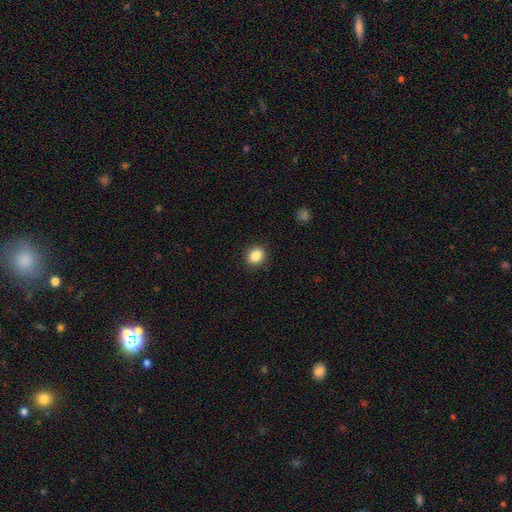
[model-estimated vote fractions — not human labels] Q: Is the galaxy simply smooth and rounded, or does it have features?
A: smooth — 86%.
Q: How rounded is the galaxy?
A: round — 69%.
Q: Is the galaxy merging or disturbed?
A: none — 90%.